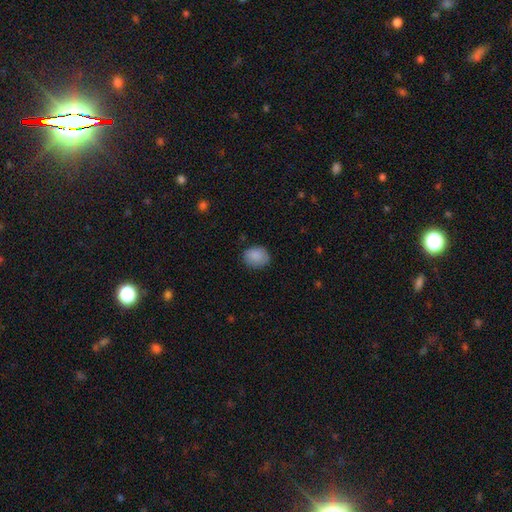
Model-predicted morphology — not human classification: A smooth galaxy with no disk features (87%) that is round (54%). Merging: none (78%).